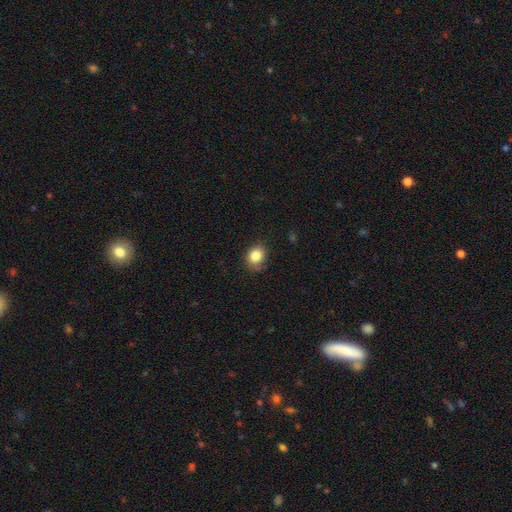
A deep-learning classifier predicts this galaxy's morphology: A smooth galaxy with no disk features (83%) that is round (63%). Merging: none (77%).